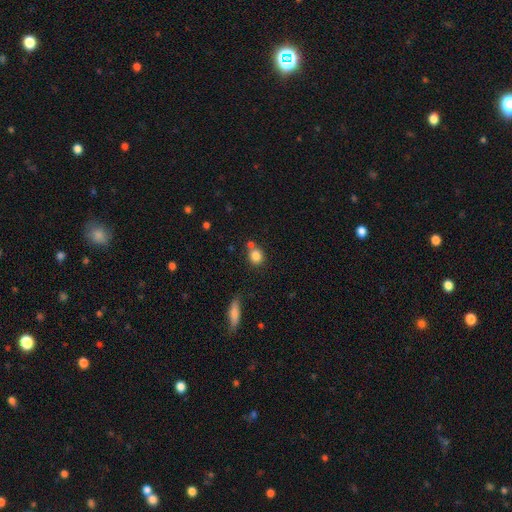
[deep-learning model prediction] smooth_or_featured: smooth (p=0.83) [alt: star or artifact p=0.10]
how_rounded: round (p=0.81) [alt: in between p=0.17]
merging: none (p=0.63) [alt: merger p=0.22]